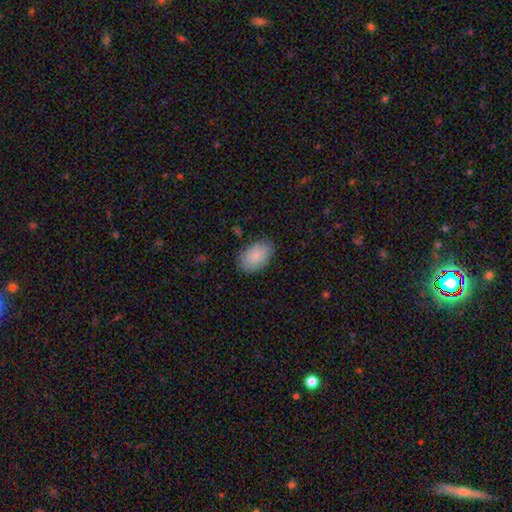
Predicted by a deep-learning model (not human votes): Smooth or featured? Predicted: smooth (p=0.86). How rounded? Predicted: in between (p=0.92). Merging? Predicted: none (p=0.84).